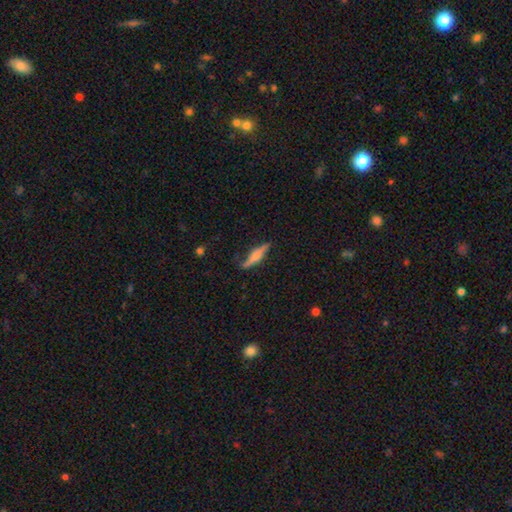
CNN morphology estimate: smooth-or-featured: featured or disk: 50% | smooth: 44% | star or artifact: 7%
  merging: none: 75% | minor disturbance: 18% | major disturbance: 5% | merger: 2%